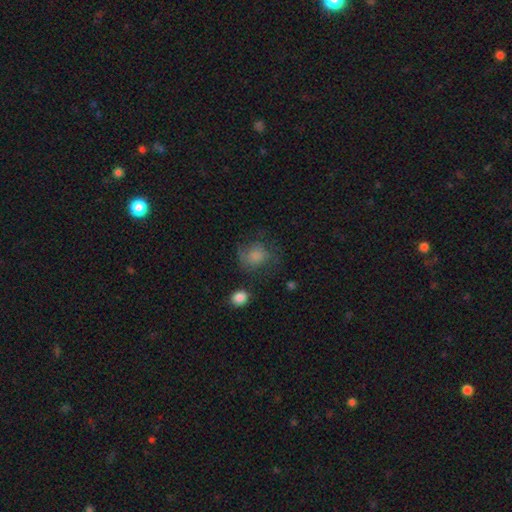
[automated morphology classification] Smooth or featured? smooth (56%)
How rounded? round (73%)
Merging? none (60%)